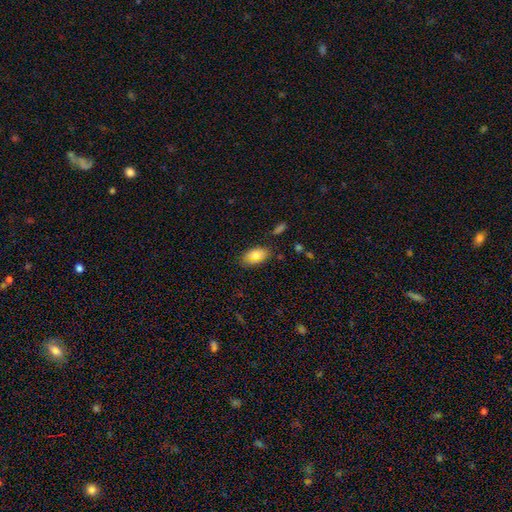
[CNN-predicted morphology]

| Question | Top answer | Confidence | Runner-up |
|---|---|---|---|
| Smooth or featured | smooth | 78% | featured or disk (14%) |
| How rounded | in between | 93% | round (4%) |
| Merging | none | 79% | minor disturbance (16%) |